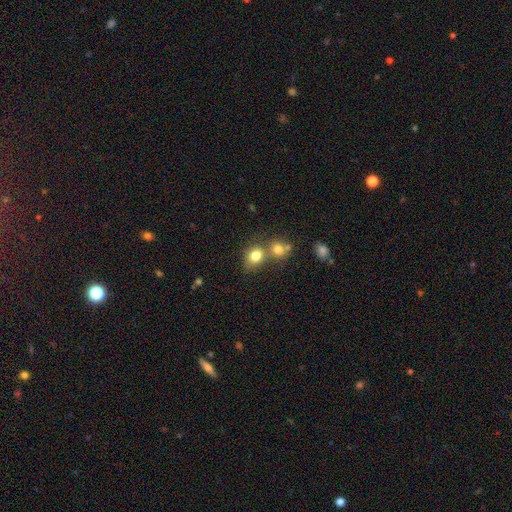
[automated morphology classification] Smooth or featured: smooth — 79% (star or artifact — 12%)
How rounded: round — 61% (in between — 38%)
Merging: none — 46% (merger — 39%)